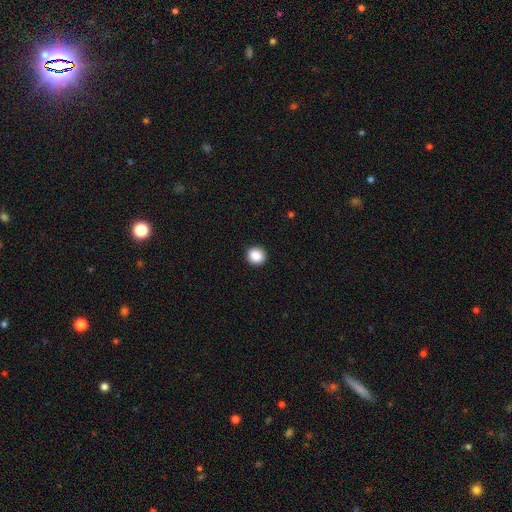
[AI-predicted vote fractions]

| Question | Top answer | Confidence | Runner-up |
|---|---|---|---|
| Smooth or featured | smooth | 89% | star or artifact (9%) |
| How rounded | round | 89% | in between (10%) |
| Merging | none | 92% | minor disturbance (5%) |